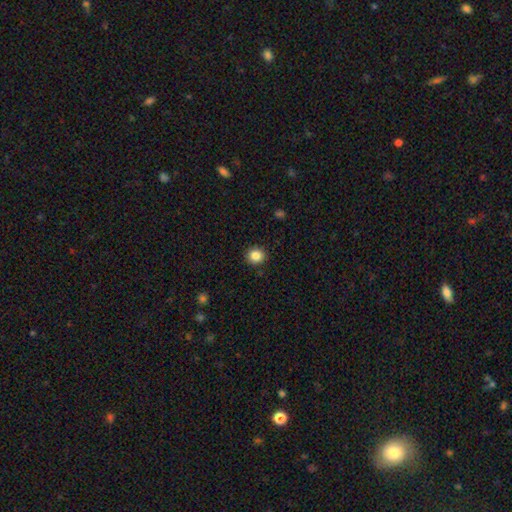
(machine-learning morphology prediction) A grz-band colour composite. It shows a smooth galaxy with no disk features (85%) that is round (87%). Merging: none (91%).